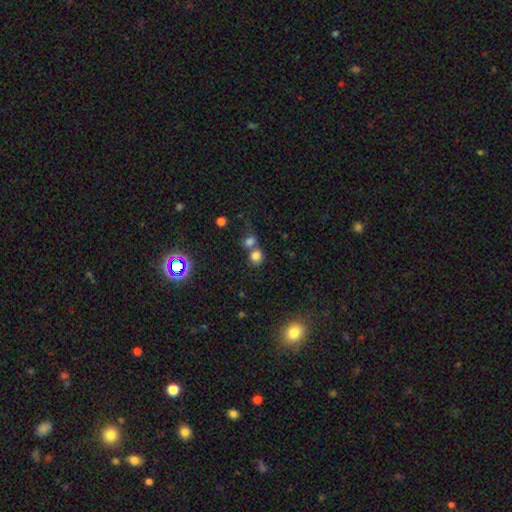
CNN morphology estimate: Smooth or featured? smooth (77%)
How rounded? round (72%)
Merging? none (45%)